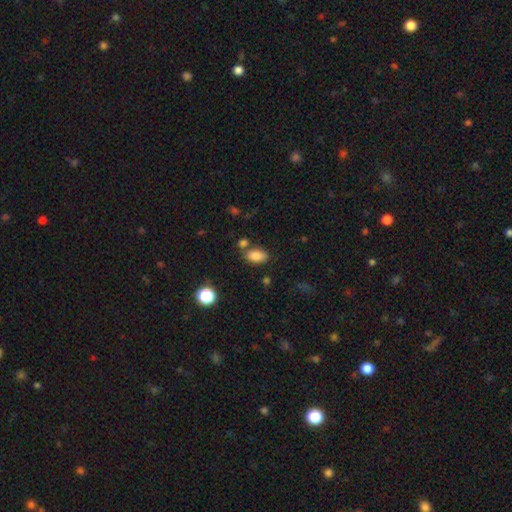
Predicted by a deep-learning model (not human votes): A smooth galaxy with no disk features (84%) that is in between round and cigar-shaped (90%).

Vote fractions:
- Smooth or featured? smooth: 84% / star or artifact: 10% / featured or disk: 6%
- How rounded? in between: 90% / round: 7% / cigar-shaped: 3%
- Merging? none: 67% / merger: 16% / minor disturbance: 13% / major disturbance: 4%